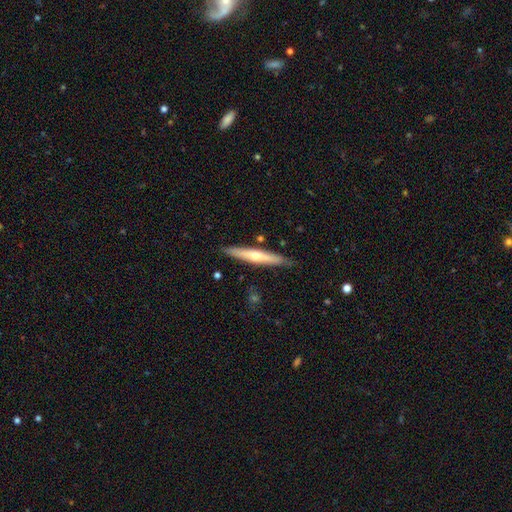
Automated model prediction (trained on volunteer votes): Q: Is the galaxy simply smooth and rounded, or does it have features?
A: featured or disk — 50%.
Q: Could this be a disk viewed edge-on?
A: yes — 92%.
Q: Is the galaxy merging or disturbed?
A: none — 86%.